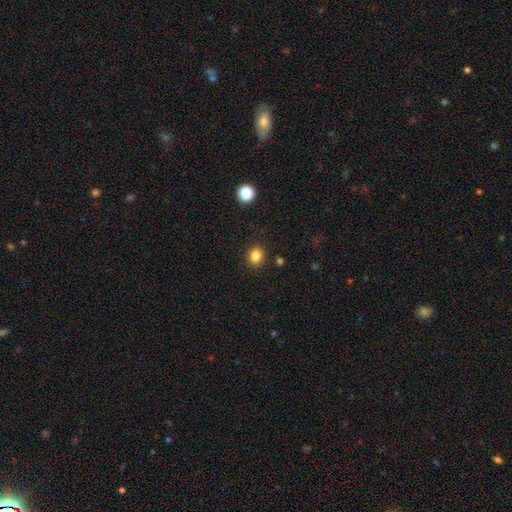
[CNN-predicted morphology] The model was most divided on "how rounded": round: 60%, in between: 39%, cigar-shaped: 1%. More confident: merging — none (88%); smooth or featured — smooth (83%).